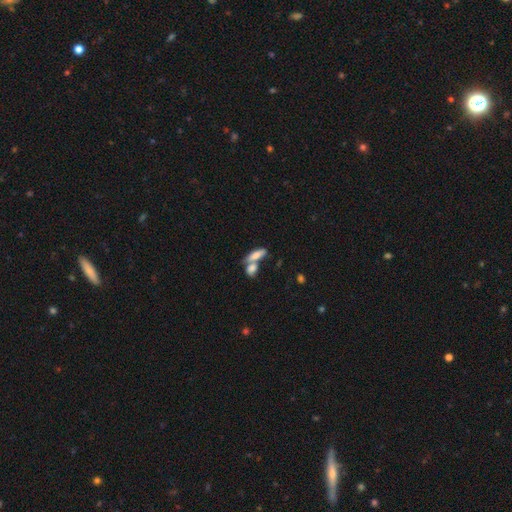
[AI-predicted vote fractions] smooth_or_featured: smooth (p=0.66) [alt: featured or disk p=0.26]
how_rounded: in between (p=0.57) [alt: cigar-shaped p=0.37]
merging: merger (p=0.49) [alt: none p=0.37]